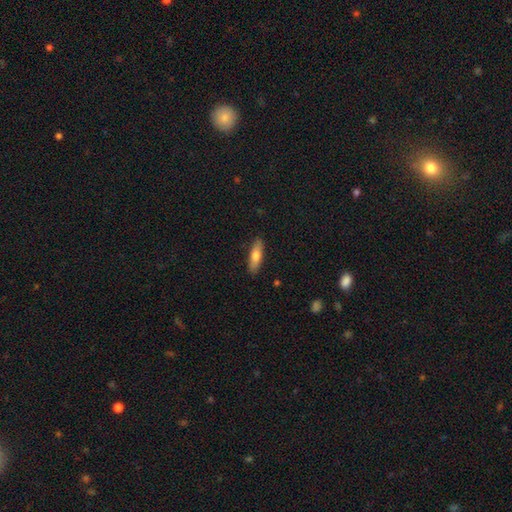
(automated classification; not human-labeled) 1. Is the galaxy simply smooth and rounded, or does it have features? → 71% smooth, 23% featured or disk, 6% star or artifact.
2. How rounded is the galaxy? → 59% cigar-shaped, 39% in between, 2% round.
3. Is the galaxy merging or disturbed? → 89% none, 9% minor disturbance, 2% major disturbance, 1% merger.